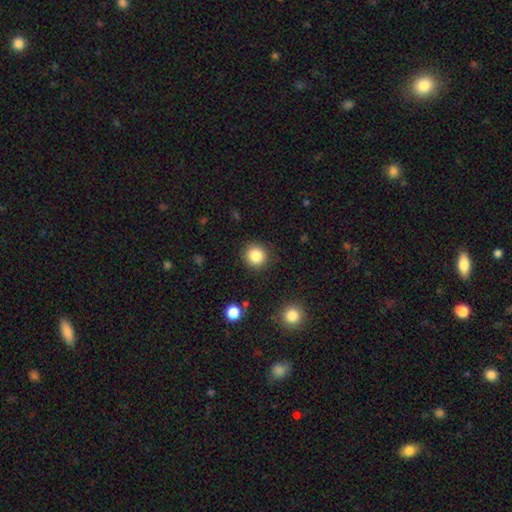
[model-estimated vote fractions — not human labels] Smooth or featured? smooth (85%)
How rounded? round (93%)
Merging? none (89%)